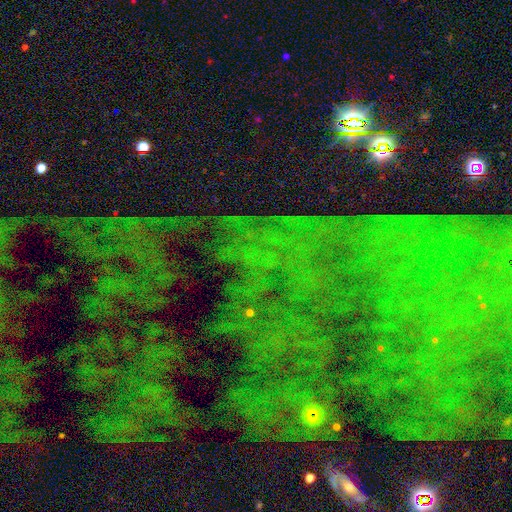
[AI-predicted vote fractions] star or artifact 79%, featured or disk 11%, smooth 10%.